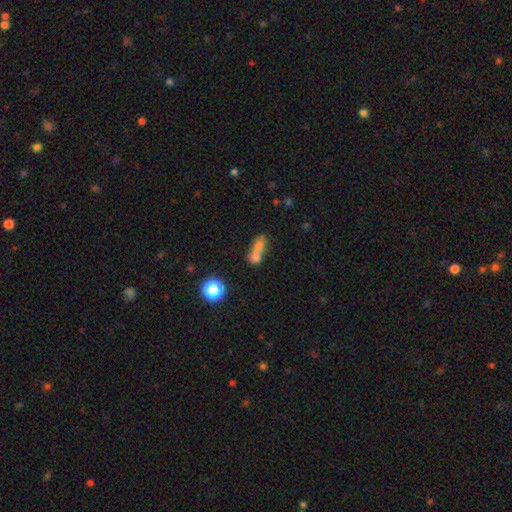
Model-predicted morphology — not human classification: Smooth or featured: smooth — 69% (featured or disk — 17%)
How rounded: in between — 56% (round — 38%)
Merging: merger — 68% (none — 21%)